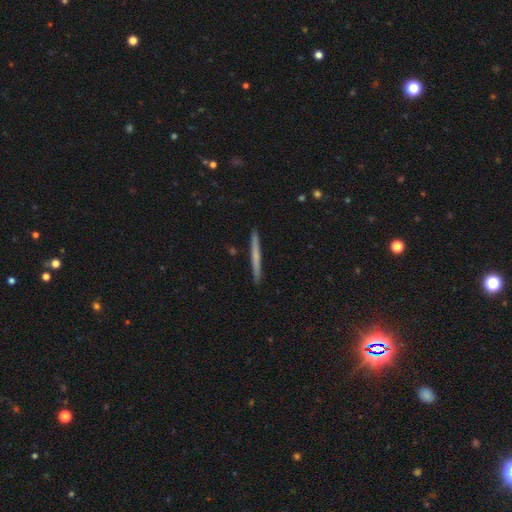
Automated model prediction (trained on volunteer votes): Smooth or featured?
  - smooth: 53% *
  - featured or disk: 41%
  - star or artifact: 6%
How rounded?
  - cigar-shaped: 97% *
  - in between: 2%
  - round: 1%
Merging?
  - none: 92% *
  - minor disturbance: 6%
  - major disturbance: 1%
  - merger: 1%